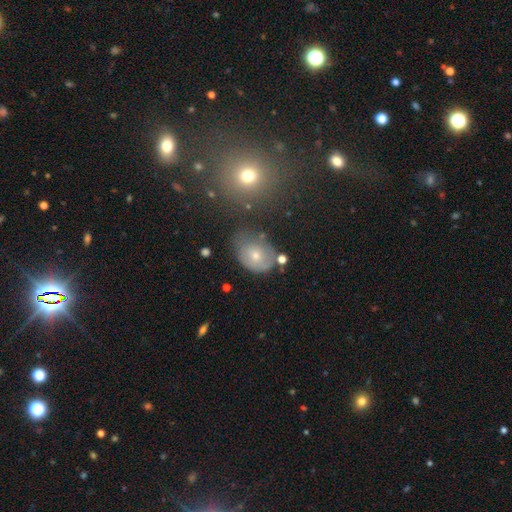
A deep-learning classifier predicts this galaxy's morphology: type=smooth (55%); roundness=in between (58%); merging=none (46%).